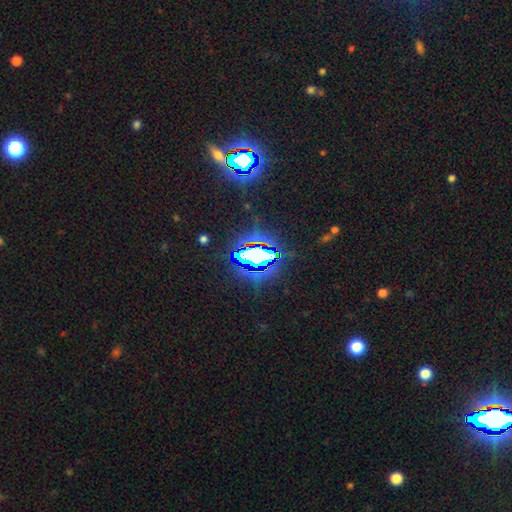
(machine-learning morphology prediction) Smooth or featured: star or artifact — 73% (smooth — 15%)